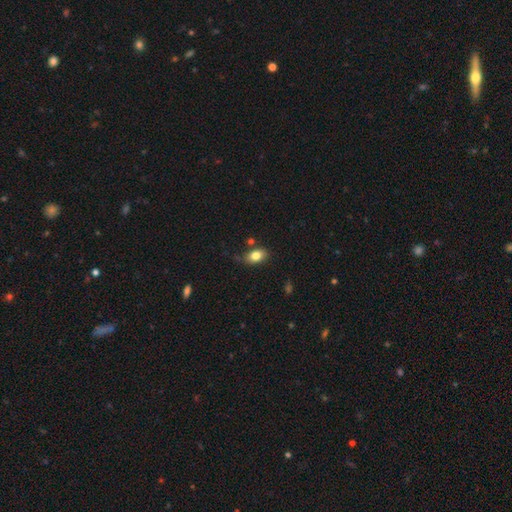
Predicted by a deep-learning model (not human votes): Smooth or featured: smooth — 81% (featured or disk — 11%)
How rounded: in between — 83% (round — 15%)
Merging: none — 68% (minor disturbance — 21%)